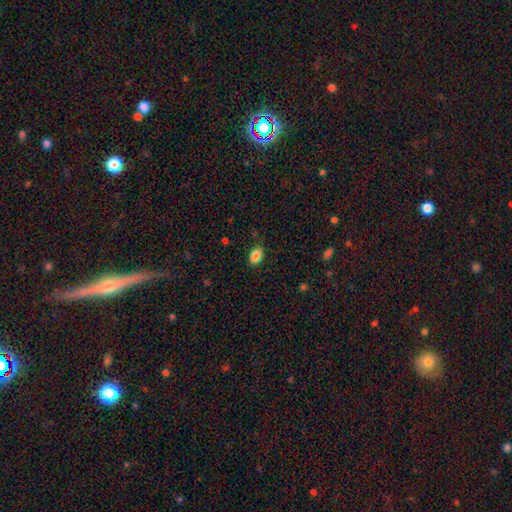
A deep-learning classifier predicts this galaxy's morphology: smooth_or_featured: smooth (p=0.87) [alt: star or artifact p=0.09]
how_rounded: in between (p=0.86) [alt: round p=0.12]
merging: none (p=0.85) [alt: minor disturbance p=0.11]